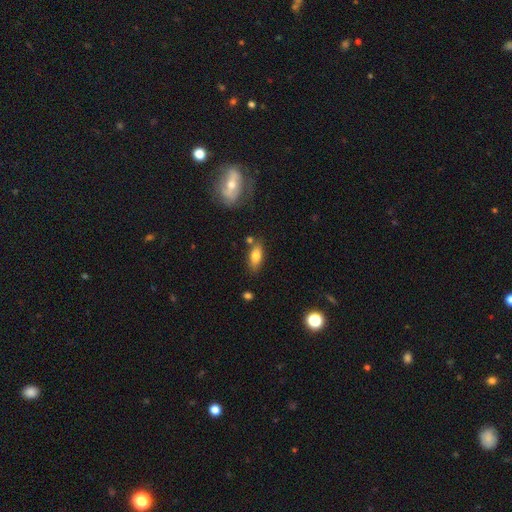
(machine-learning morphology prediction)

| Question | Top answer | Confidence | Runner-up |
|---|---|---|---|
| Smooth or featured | smooth | 77% | featured or disk (15%) |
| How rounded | in between | 81% | cigar-shaped (16%) |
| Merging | none | 75% | minor disturbance (14%) |